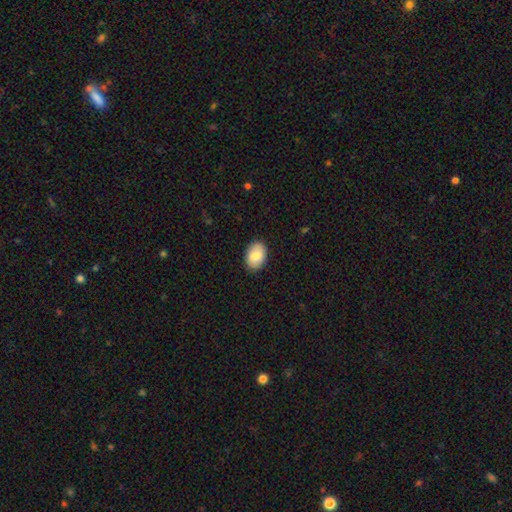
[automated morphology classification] Smooth or featured?
  - smooth: 83% *
  - featured or disk: 11%
  - star or artifact: 6%
How rounded?
  - in between: 86% *
  - round: 13%
  - cigar-shaped: 1%
Merging?
  - none: 87% *
  - minor disturbance: 10%
  - major disturbance: 2%
  - merger: 1%